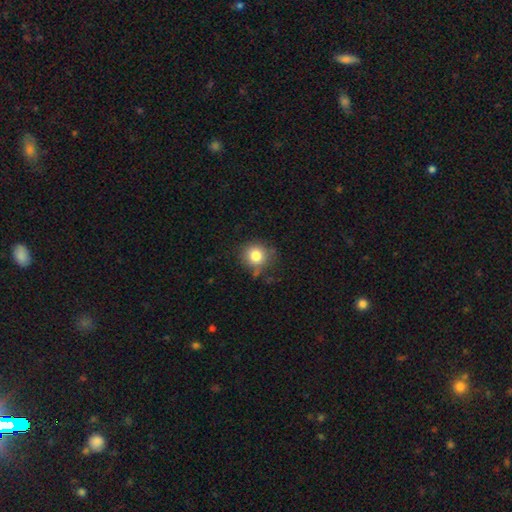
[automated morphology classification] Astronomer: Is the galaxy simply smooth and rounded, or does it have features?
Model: smooth — 82%.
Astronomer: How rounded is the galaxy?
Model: round — 90%.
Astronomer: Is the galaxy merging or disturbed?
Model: none — 77%.